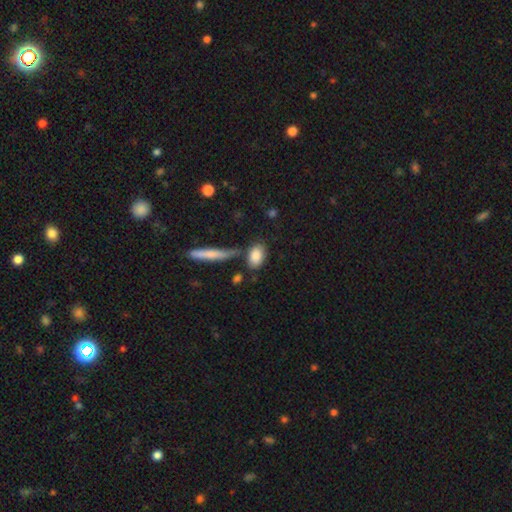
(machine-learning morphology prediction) Smooth or featured? smooth (84%)
How rounded? in between (82%)
Merging? none (66%)